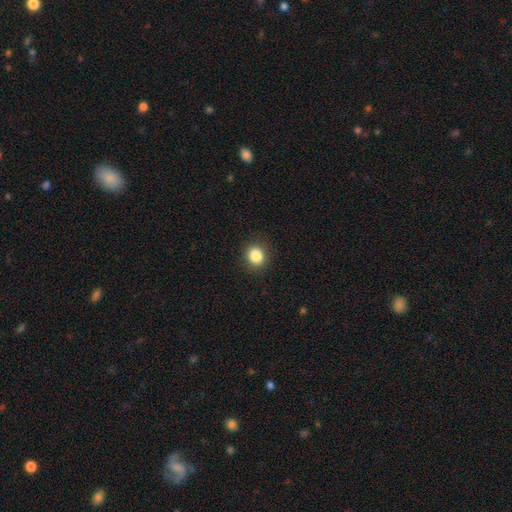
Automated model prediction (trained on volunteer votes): smooth-or-featured: smooth: 86% | star or artifact: 10% | featured or disk: 4%
  how-rounded: round: 82% | in between: 17% | cigar-shaped: 1%
  merging: none: 90% | minor disturbance: 7% | major disturbance: 2% | merger: 1%